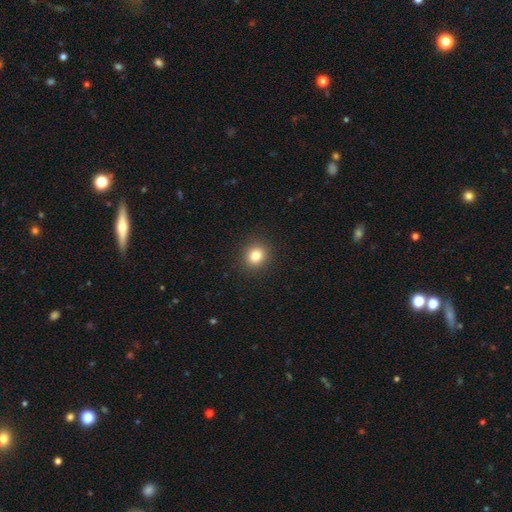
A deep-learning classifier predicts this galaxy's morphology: This is clearly a smooth galaxy (81%). How rounded: clearly round (81%). Merging: clearly none (92%).